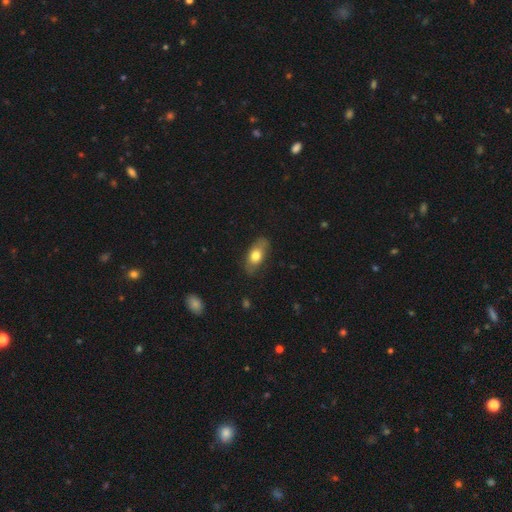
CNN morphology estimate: Smooth or featured?
  - smooth: 70% *
  - featured or disk: 23%
  - star or artifact: 7%
How rounded?
  - in between: 83% *
  - cigar-shaped: 10%
  - round: 7%
Merging?
  - none: 77% *
  - minor disturbance: 17%
  - major disturbance: 4%
  - merger: 1%